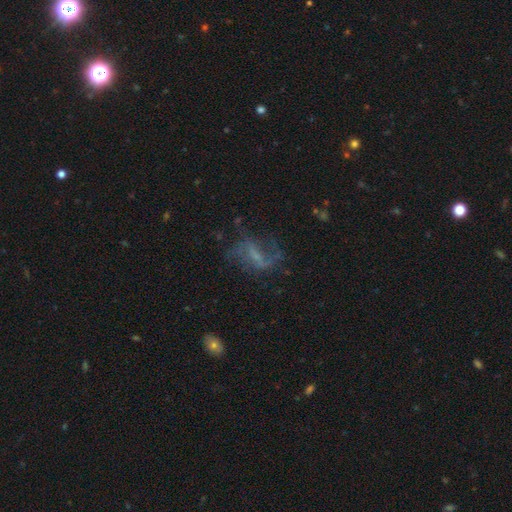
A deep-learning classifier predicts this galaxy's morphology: The model was most divided on "bulge size": small: 42%, none: 38%, moderate: 16%, large: 3%, dominant: 1%. Remaining: edge-on disk — no (94%); spiral arms — yes (80%); smooth or featured — featured or disk (69%); spiral arm count — 2 (69%); spiral winding — loose (68%); merging — none (55%); bar — weak (47%).